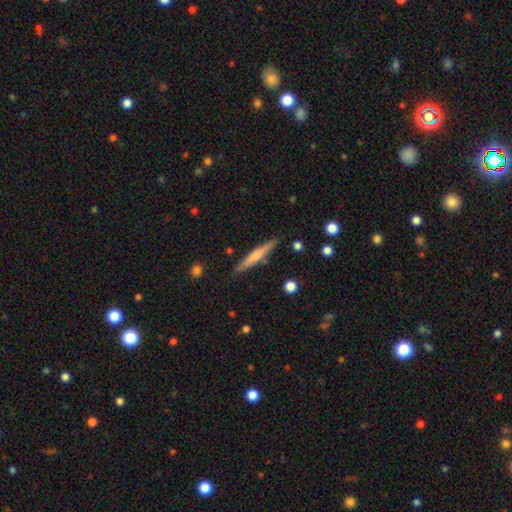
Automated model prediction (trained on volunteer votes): Smooth or featured? Predicted: featured or disk (p=0.51). Edge-on disk? Predicted: yes (p=0.96). Merging? Predicted: none (p=0.88).